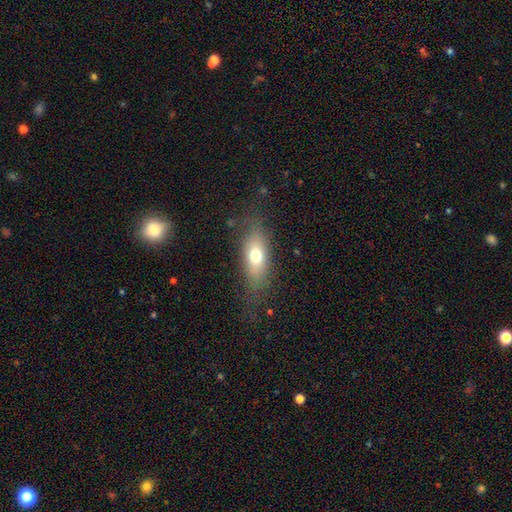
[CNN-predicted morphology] smooth-or-featured: smooth: 70% | featured or disk: 21% | star or artifact: 9%
  how-rounded: in between: 76% | cigar-shaped: 17% | round: 7%
  merging: none: 74% | minor disturbance: 16% | major disturbance: 8% | merger: 1%